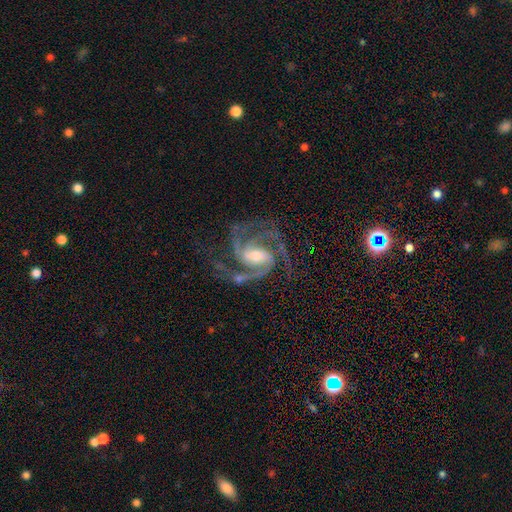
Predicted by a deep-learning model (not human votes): Q: Smooth or featured?
A: featured or disk (94%); runner-up: star or artifact (4%)
Q: Edge-on disk?
A: no (98%); runner-up: yes (2%)
Q: Bar?
A: weak (44%); runner-up: strong (30%)
Q: Spiral arms?
A: yes (99%); runner-up: no (1%)
Q: Spiral winding?
A: medium (56%); runner-up: tight (35%)
Q: Spiral arm count?
A: 3 (45%); runner-up: 2 (36%)
Q: Bulge size?
A: moderate (49%); runner-up: small (41%)
Q: Merging?
A: none (67%); runner-up: minor disturbance (16%)